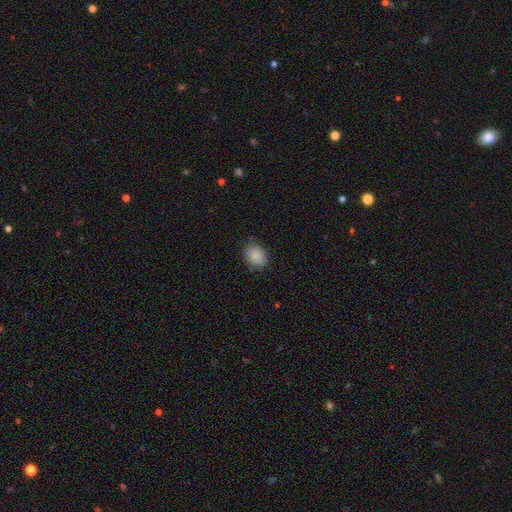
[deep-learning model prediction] Smooth or featured: smooth — 88% (star or artifact — 7%)
How rounded: in between — 57% (round — 42%)
Merging: none — 78% (minor disturbance — 17%)